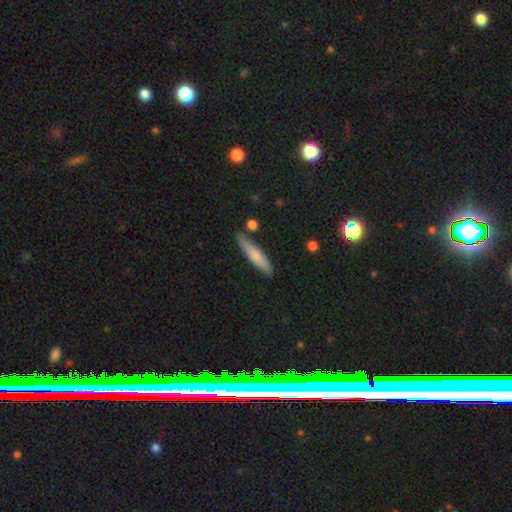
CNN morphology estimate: Smooth or featured?
  - smooth: 69% *
  - featured or disk: 24%
  - star or artifact: 6%
How rounded?
  - cigar-shaped: 82% *
  - in between: 17%
  - round: 2%
Merging?
  - none: 76% *
  - minor disturbance: 17%
  - merger: 5%
  - major disturbance: 3%